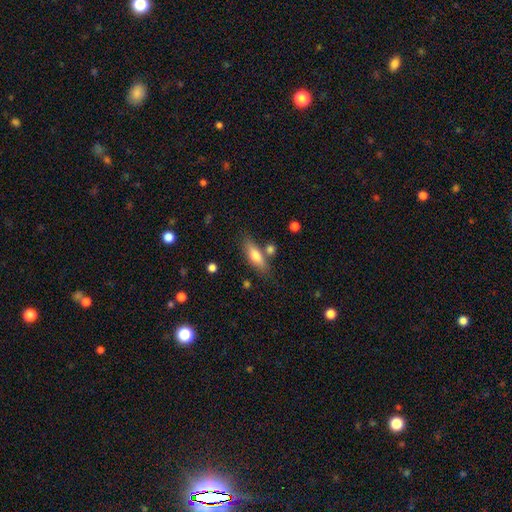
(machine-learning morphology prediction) Smooth or featured?
  - smooth: 70% *
  - featured or disk: 24%
  - star or artifact: 7%
How rounded?
  - in between: 54% *
  - cigar-shaped: 43%
  - round: 3%
Merging?
  - none: 71% *
  - minor disturbance: 14%
  - merger: 12%
  - major disturbance: 4%